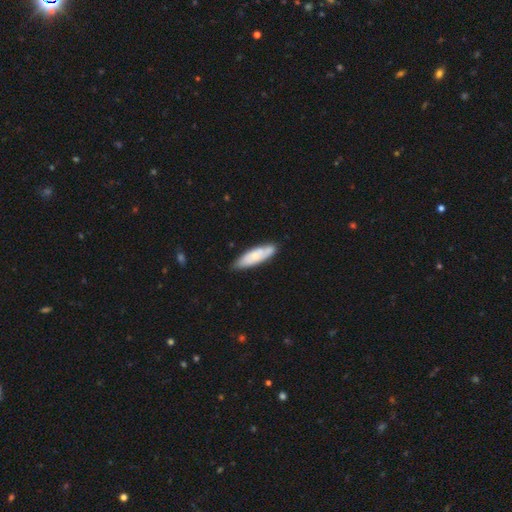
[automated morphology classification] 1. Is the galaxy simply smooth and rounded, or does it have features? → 63% smooth, 32% featured or disk, 6% star or artifact.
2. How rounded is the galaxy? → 56% cigar-shaped, 43% in between, 1% round.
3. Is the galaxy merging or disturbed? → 75% none, 19% minor disturbance, 3% merger, 3% major disturbance.